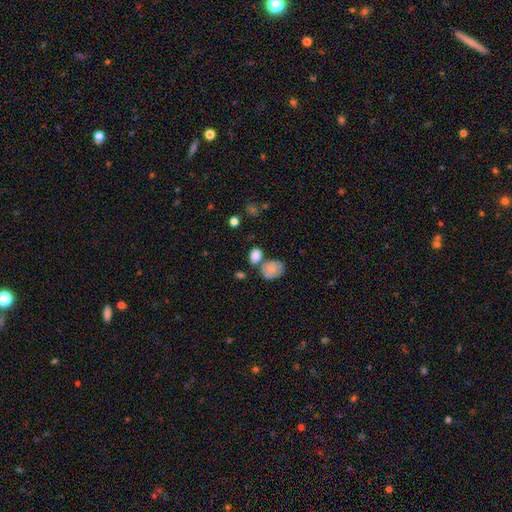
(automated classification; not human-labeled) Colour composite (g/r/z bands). It shows a smooth galaxy with no disk features (83%) that is in between round and cigar-shaped (69%). Merging: none (53%).